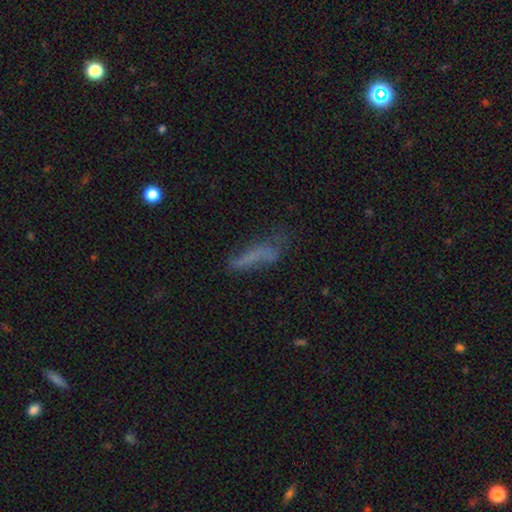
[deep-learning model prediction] Q: Smooth or featured?
A: smooth (54%); runner-up: featured or disk (30%)
Q: How rounded?
A: cigar-shaped (68%); runner-up: in between (30%)
Q: Merging?
A: none (45%); runner-up: minor disturbance (27%)